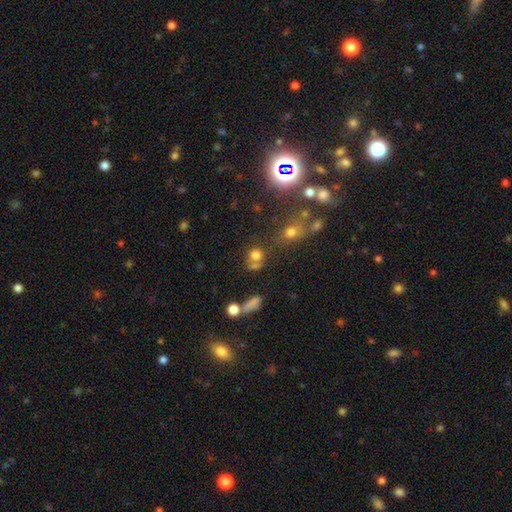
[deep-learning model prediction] A smooth galaxy with no disk features (72%) that is round (78%). Merging: none (49%).